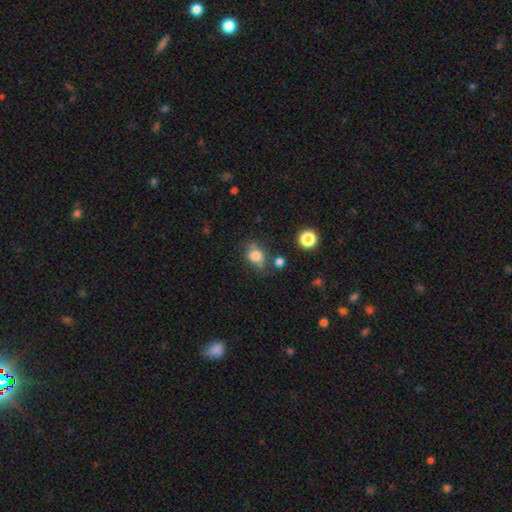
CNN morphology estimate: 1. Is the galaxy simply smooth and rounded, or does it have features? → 76% smooth, 12% star or artifact, 12% featured or disk.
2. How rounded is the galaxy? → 50% round, 49% in between, 1% cigar-shaped.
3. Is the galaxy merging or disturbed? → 53% none, 24% minor disturbance, 12% merger, 11% major disturbance.